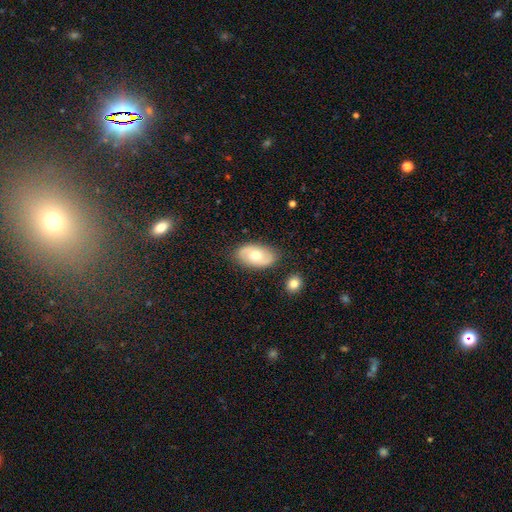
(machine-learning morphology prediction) Overall: smooth (53%; featured or disk 41%). How rounded: in between (92%). Merging: none (82%).